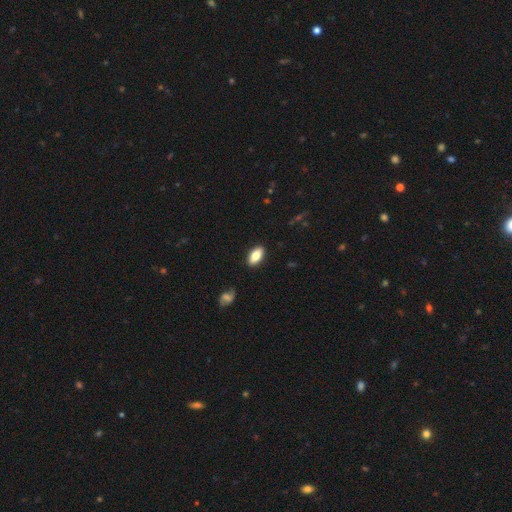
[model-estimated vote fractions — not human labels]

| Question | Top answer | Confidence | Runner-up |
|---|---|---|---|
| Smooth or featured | smooth | 78% | featured or disk (15%) |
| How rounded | in between | 89% | cigar-shaped (8%) |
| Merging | none | 88% | minor disturbance (9%) |